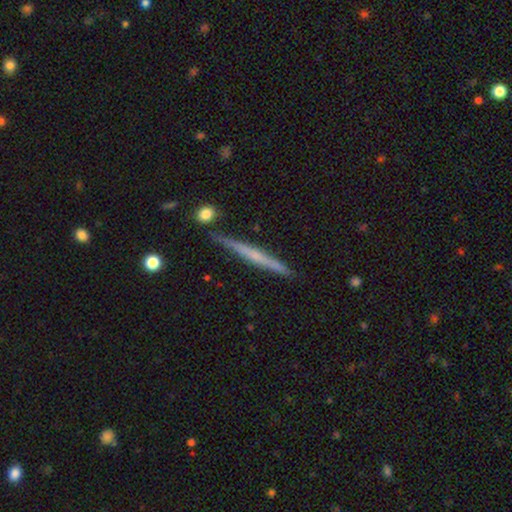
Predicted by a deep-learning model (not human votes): smooth-or-featured: featured or disk: 62% | smooth: 32% | star or artifact: 6%
  disk-edge-on: yes: 98% | no: 2%
    edge-on-bulge: none: 59% | rounded: 33% | boxy: 7%
  merging: none: 87% | minor disturbance: 9% | merger: 3% | major disturbance: 2%